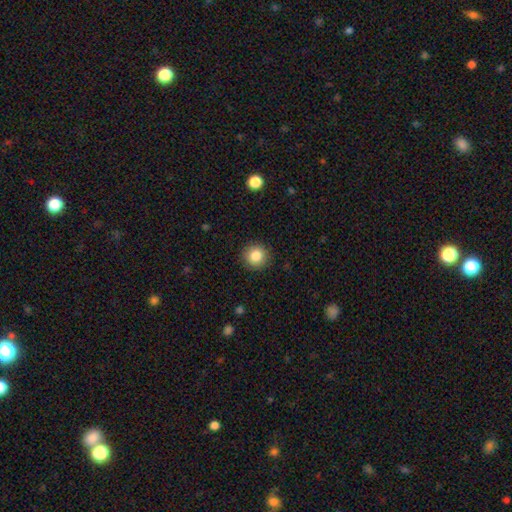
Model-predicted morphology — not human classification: smooth 84%, star or artifact 10%, featured or disk 6%. Down the decision tree: how rounded — round (92%); merging — none (91%).